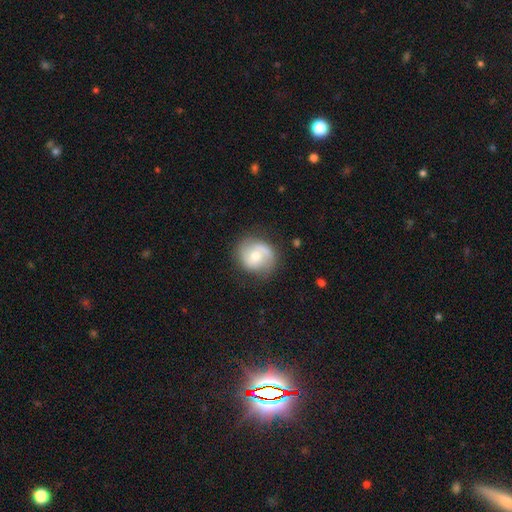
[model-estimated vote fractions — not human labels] Overall: featured or disk (55%; smooth 37%). Edge-on disk: no (97%). Bar: no (60%; weak 32%). Spiral arms: yes (82%). Bulge size: moderate (65%; small 29%). Merging: none (76%).